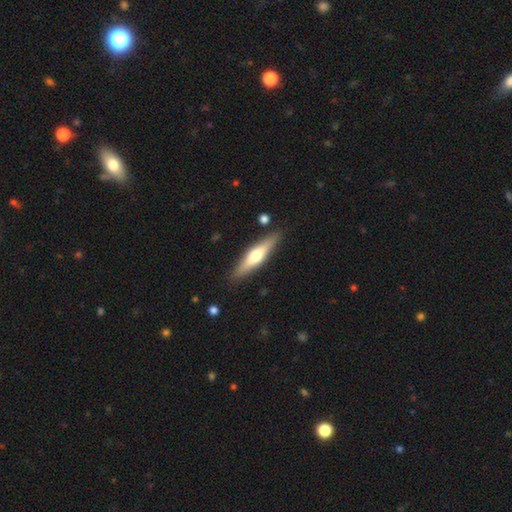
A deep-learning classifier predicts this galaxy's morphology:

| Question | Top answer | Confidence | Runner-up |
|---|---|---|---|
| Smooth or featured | featured or disk | 52% | smooth (42%) |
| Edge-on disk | yes | 92% | no (8%) |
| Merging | none | 87% | minor disturbance (9%) |